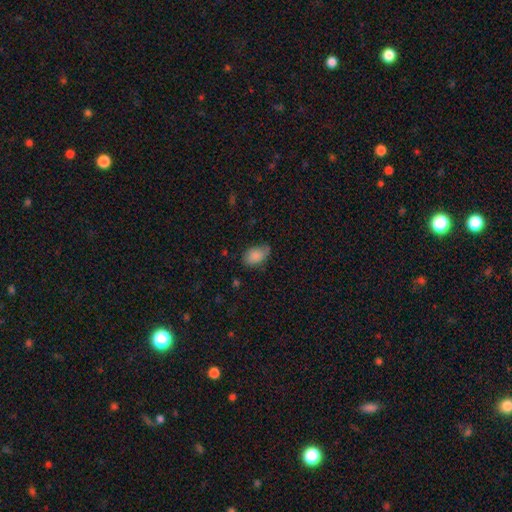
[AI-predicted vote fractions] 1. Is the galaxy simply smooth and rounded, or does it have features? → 84% smooth, 8% featured or disk, 7% star or artifact.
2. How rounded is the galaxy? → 90% in between, 8% round, 2% cigar-shaped.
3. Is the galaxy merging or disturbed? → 61% none, 31% minor disturbance, 6% major disturbance, 2% merger.